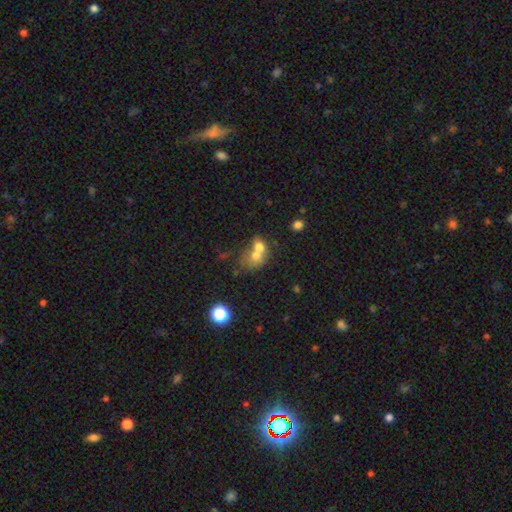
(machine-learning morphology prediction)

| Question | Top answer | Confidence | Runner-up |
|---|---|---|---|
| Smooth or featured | smooth | 65% | featured or disk (23%) |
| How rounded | round | 53% | in between (45%) |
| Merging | merger | 69% | none (19%) |